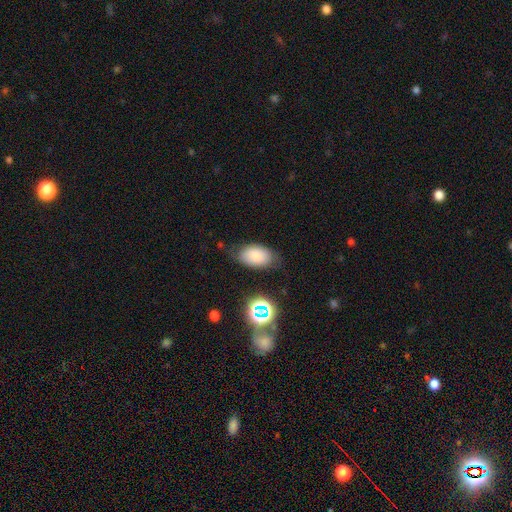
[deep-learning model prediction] Smooth or featured?
  - smooth: 79% *
  - star or artifact: 11%
  - featured or disk: 10%
How rounded?
  - in between: 91% *
  - round: 8%
  - cigar-shaped: 1%
Merging?
  - none: 71% *
  - minor disturbance: 21%
  - major disturbance: 6%
  - merger: 2%